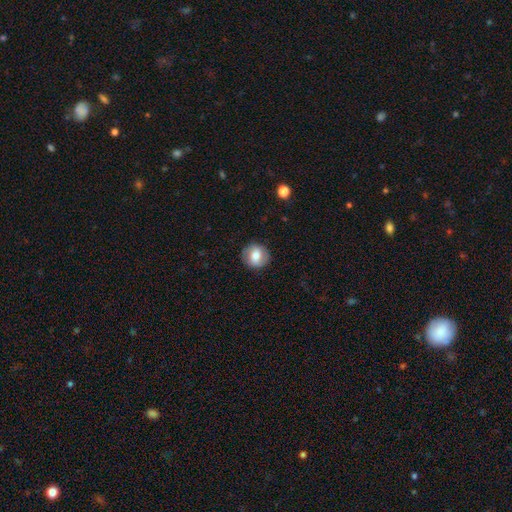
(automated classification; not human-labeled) Smooth or featured: smooth — 65% (featured or disk — 27%)
How rounded: round — 84% (in between — 15%)
Merging: none — 86% (minor disturbance — 10%)